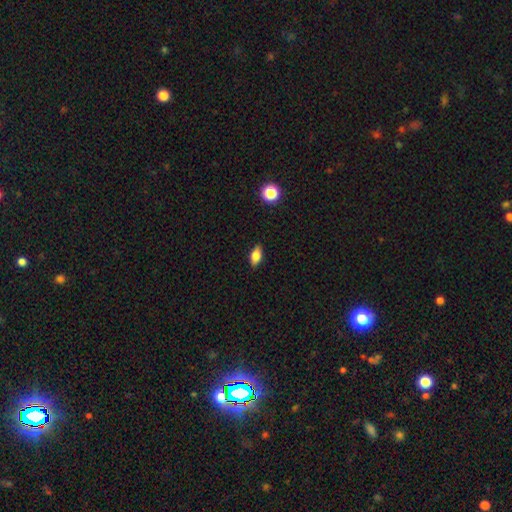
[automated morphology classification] A smooth galaxy with no disk features (78%) that is in between round and cigar-shaped (86%).

Vote fractions:
- Smooth or featured? smooth: 78% / featured or disk: 13% / star or artifact: 9%
- How rounded? in between: 86% / cigar-shaped: 8% / round: 6%
- Merging? none: 88% / minor disturbance: 9% / major disturbance: 2% / merger: 1%